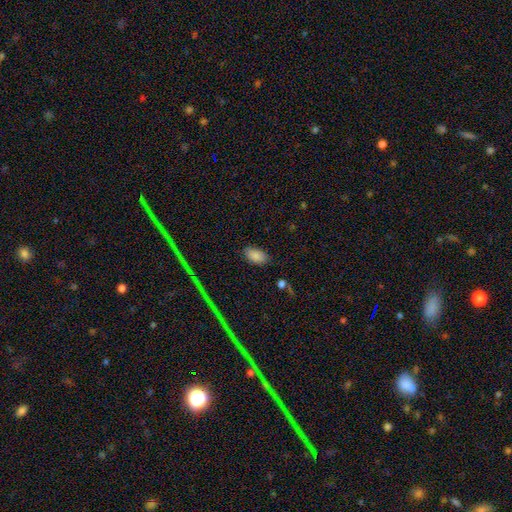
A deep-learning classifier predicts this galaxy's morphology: smooth-or-featured: smooth: 86% | star or artifact: 8% | featured or disk: 6%
  how-rounded: in between: 94% | round: 4% | cigar-shaped: 2%
  merging: none: 81% | minor disturbance: 14% | major disturbance: 3% | merger: 2%